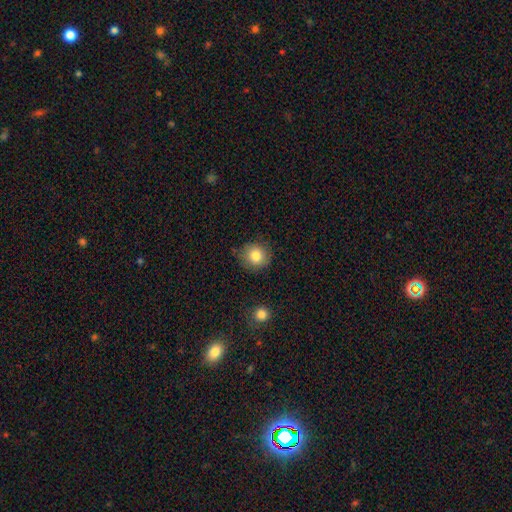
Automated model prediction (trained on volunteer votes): This is clearly a smooth galaxy (82%). How rounded: clearly round (88%). Merging: clearly none (81%).